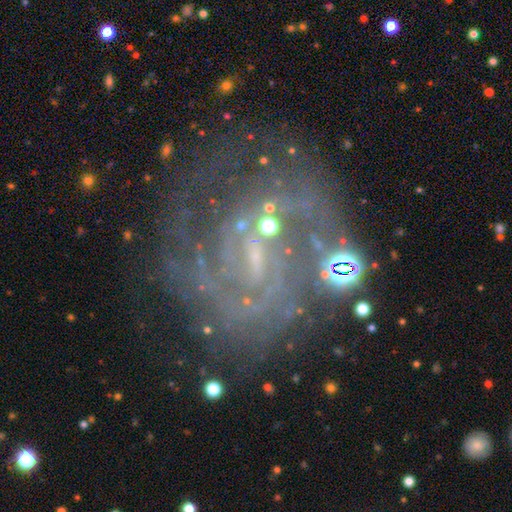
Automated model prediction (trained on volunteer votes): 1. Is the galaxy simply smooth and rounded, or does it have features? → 74% featured or disk, 15% star or artifact, 11% smooth.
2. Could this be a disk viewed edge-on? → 97% no, 3% yes.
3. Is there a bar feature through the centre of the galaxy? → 45% weak, 33% no, 22% strong.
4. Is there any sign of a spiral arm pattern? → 75% yes, 25% no.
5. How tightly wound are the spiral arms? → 46% tight, 36% medium, 18% loose.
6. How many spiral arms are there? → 43% can't tell, 27% 2, 10% 3, 7% 1, 7% 4, 6% more than 4.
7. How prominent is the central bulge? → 55% small, 32% none, 10% moderate, 2% large, 1% dominant.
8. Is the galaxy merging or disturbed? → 55% none, 19% major disturbance, 18% minor disturbance, 8% merger.